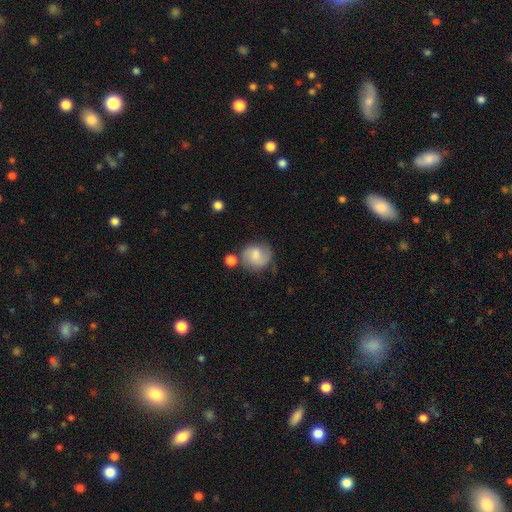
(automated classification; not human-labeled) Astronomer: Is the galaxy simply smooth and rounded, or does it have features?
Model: smooth — 57% (runner-up: featured or disk, 34%).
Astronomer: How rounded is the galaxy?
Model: round — 79%.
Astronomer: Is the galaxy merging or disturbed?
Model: none — 59%.